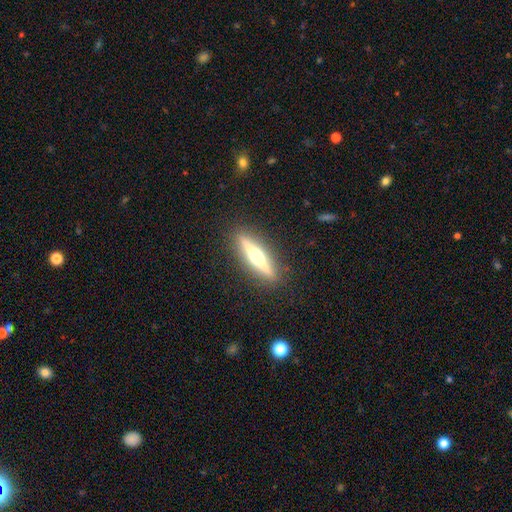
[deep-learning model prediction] This is likely a featured or disk galaxy (74%). It is clearly viewed edge-on (97%). Edge-on bulge: clearly rounded (95%). Merging: clearly none (90%).